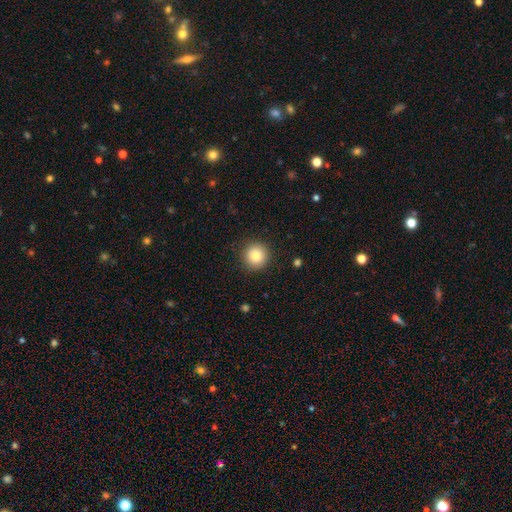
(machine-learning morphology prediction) Q: Smooth or featured?
A: smooth (82%); runner-up: star or artifact (10%)
Q: How rounded?
A: round (95%); runner-up: in between (4%)
Q: Merging?
A: none (90%); runner-up: minor disturbance (7%)